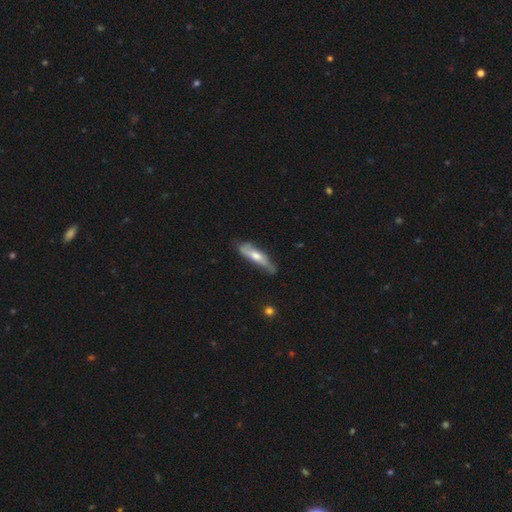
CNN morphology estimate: This is possibly a featured or disk galaxy (49%). Merging: possibly none (59%).